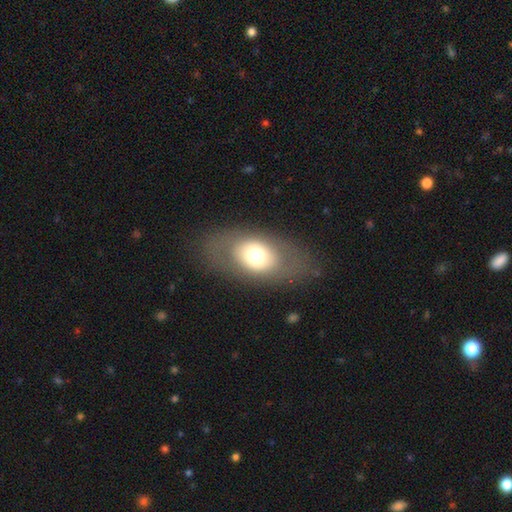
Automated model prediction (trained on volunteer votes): smooth-or-featured: smooth: 60% | featured or disk: 31% | star or artifact: 9%
  how-rounded: in between: 83% | round: 15% | cigar-shaped: 2%
  merging: none: 78% | minor disturbance: 12% | major disturbance: 9% | merger: 1%